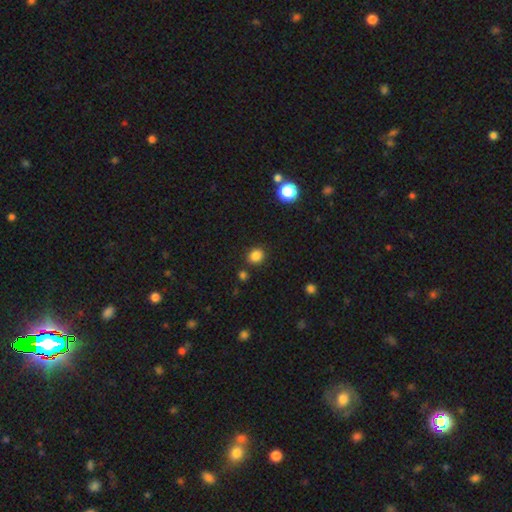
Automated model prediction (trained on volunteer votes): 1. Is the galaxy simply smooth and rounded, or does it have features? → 84% smooth, 13% star or artifact, 4% featured or disk.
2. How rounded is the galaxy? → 76% round, 23% in between, 1% cigar-shaped.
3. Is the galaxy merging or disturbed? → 85% none, 8% minor disturbance, 4% merger, 3% major disturbance.